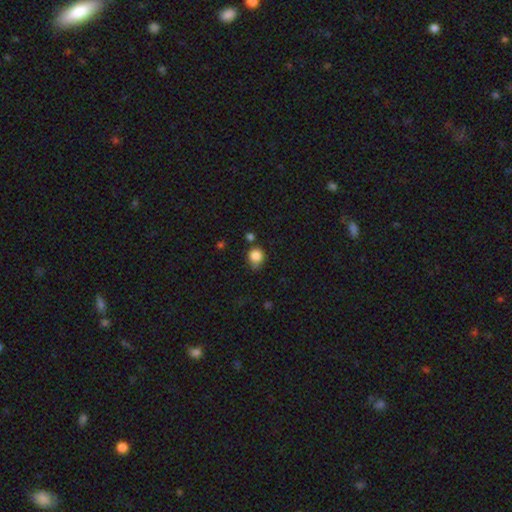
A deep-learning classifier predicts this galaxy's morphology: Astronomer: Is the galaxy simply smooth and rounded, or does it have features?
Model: smooth — 84%.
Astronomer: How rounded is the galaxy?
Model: round — 83%.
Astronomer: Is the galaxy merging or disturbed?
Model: none — 59%.